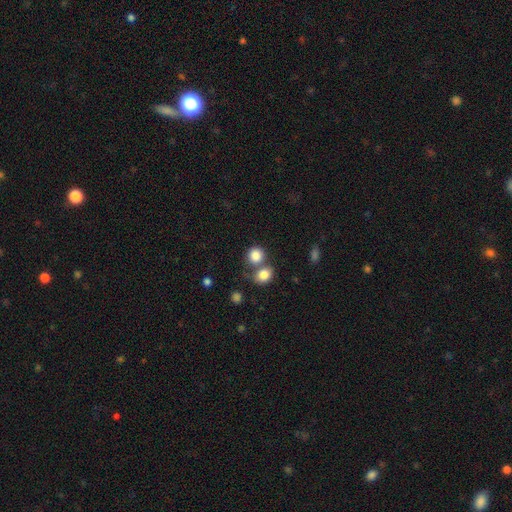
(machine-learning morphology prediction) Overall: smooth (84%). How rounded: round (81%). Merging: none (52%; merger 35%).